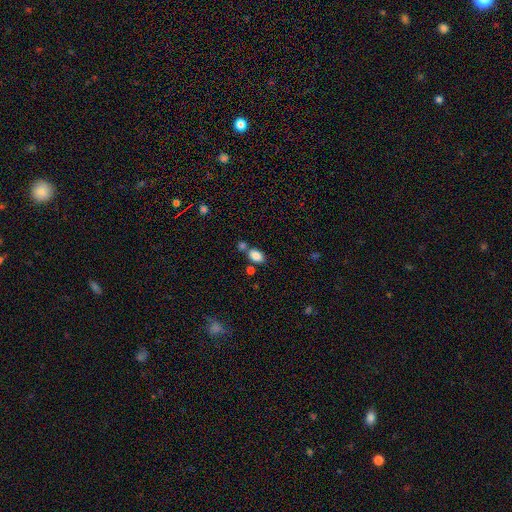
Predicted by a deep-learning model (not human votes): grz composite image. It shows a smooth galaxy with no disk features (86%) that is in between round and cigar-shaped (88%). Merging: none (60%).